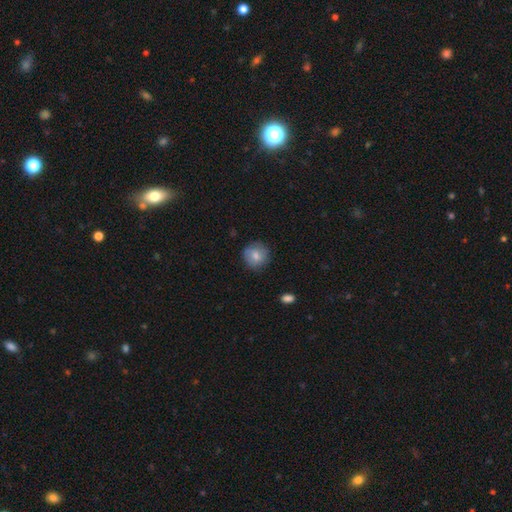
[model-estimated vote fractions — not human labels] This is likely a smooth galaxy (77%). How rounded: clearly round (90%). Merging: clearly none (82%).